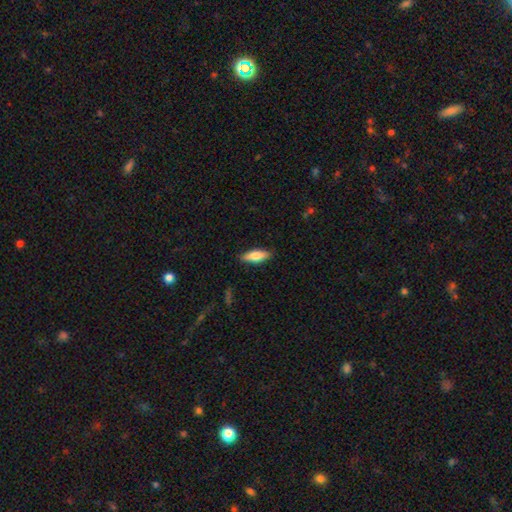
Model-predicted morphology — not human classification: Smooth or featured?
  - smooth: 73% *
  - featured or disk: 21%
  - star or artifact: 6%
How rounded?
  - in between: 59% *
  - cigar-shaped: 39%
  - round: 2%
Merging?
  - none: 87% *
  - minor disturbance: 10%
  - major disturbance: 2%
  - merger: 1%